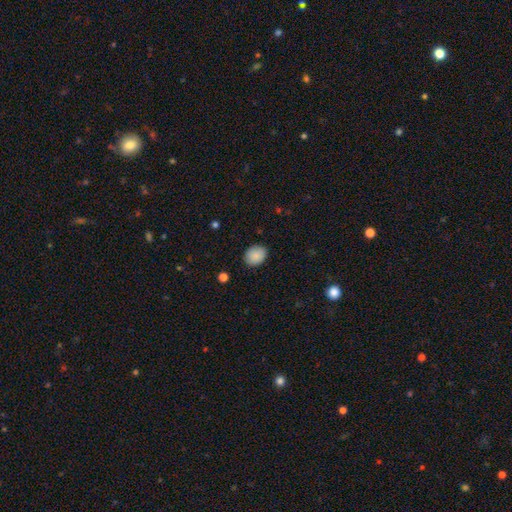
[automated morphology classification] A smooth galaxy with no disk features (89%) that is in between round and cigar-shaped (52%). Merging: none (87%).